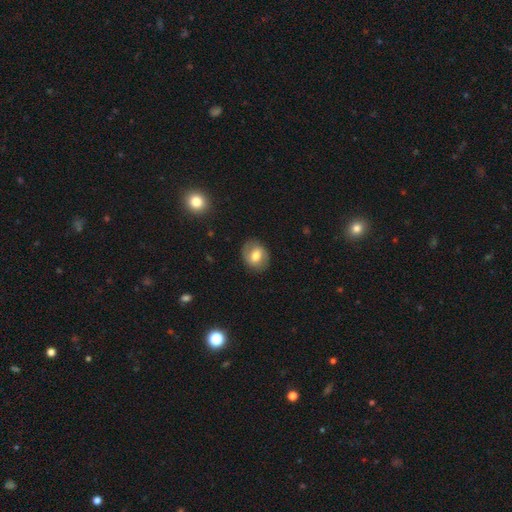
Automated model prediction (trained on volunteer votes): Q: Smooth or featured?
A: smooth (64%); runner-up: featured or disk (28%)
Q: How rounded?
A: round (52%); runner-up: in between (47%)
Q: Merging?
A: none (82%); runner-up: minor disturbance (13%)